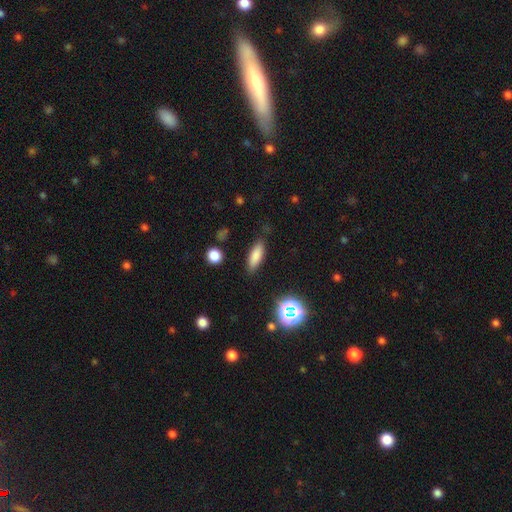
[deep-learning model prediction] Q: Smooth or featured?
A: smooth (79%); runner-up: star or artifact (11%)
Q: How rounded?
A: in between (61%); runner-up: cigar-shaped (36%)
Q: Merging?
A: none (81%); runner-up: minor disturbance (13%)